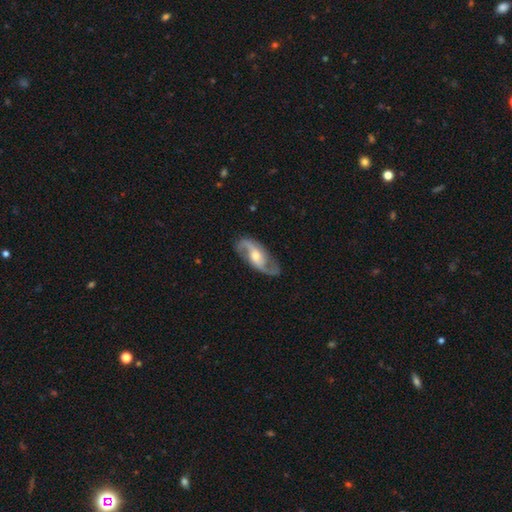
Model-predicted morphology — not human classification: A featured or disk galaxy (87%) with no bar (44%), 2 (93%) loose (52%) spiral arms (96%) and a moderate central bulge (60%).

Vote fractions:
- Smooth or featured? featured or disk: 87% / smooth: 8% / star or artifact: 5%
- Edge-on disk? no: 95% / yes: 5%
- Bar? no: 44% / weak: 41% / strong: 15%
- Spiral arms? yes: 96% / no: 4%
- Spiral winding? loose: 52% / medium: 38% / tight: 10%
- Spiral arm count? 2: 93% / can't tell: 3% / 1: 2% / 3: 1% / 4: 1% / more than 4: 1%
- Bulge size? moderate: 60% / small: 32% / large: 5% / none: 2% / dominant: 1%
- Merging? none: 81% / minor disturbance: 13% / major disturbance: 5% / merger: 1%